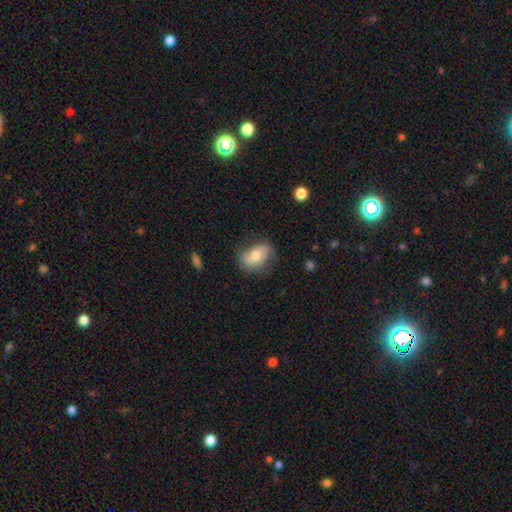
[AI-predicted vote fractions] A smooth galaxy with no disk features (65%) that is in between round and cigar-shaped (82%). Merging: none (63%).